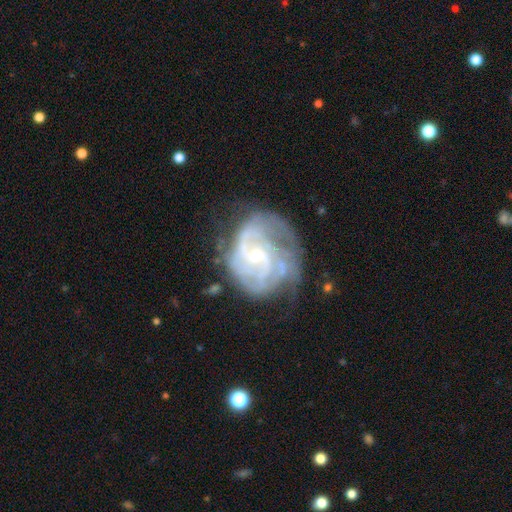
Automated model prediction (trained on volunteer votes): Smooth or featured: featured or disk — 87% (smooth — 7%)
Edge-on disk: no — 98% (yes — 2%)
Bar: no — 58% (weak — 35%)
Spiral arms: yes — 95% (no — 5%)
Spiral winding: tight — 53% (medium — 37%)
Spiral arm count: 2 — 32% (can't tell — 28%)
Bulge size: small — 68% (moderate — 28%)
Merging: none — 50% (minor disturbance — 26%)